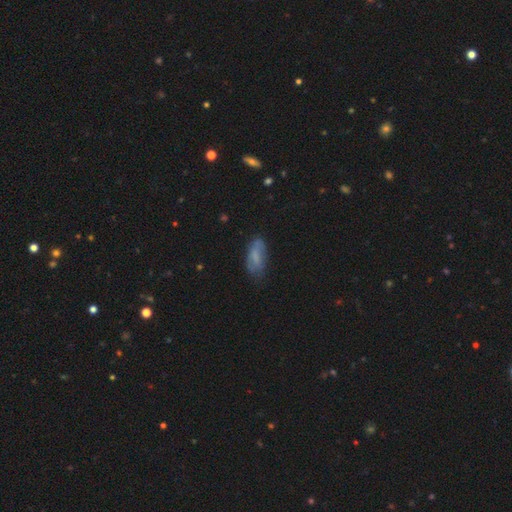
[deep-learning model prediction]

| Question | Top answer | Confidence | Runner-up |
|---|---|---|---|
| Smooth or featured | smooth | 68% | featured or disk (23%) |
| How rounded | in between | 78% | cigar-shaped (20%) |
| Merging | none | 60% | minor disturbance (29%) |